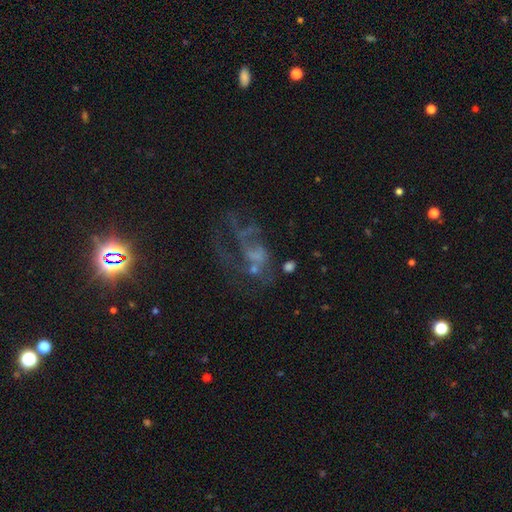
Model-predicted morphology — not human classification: This is likely a featured or disk galaxy (60%). It is clearly not viewed edge-on (97%). Bar: likely no (75%). Spiral arm pattern: possibly no (52%). Central bulge: possibly none (52%). Merging: possibly major disturbance (46%).